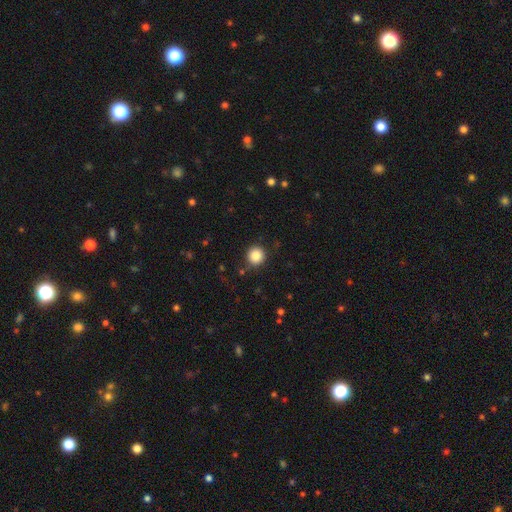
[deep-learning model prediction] Smooth or featured? Predicted: smooth (p=0.86). How rounded? Predicted: round (p=0.94). Merging? Predicted: none (p=0.89).